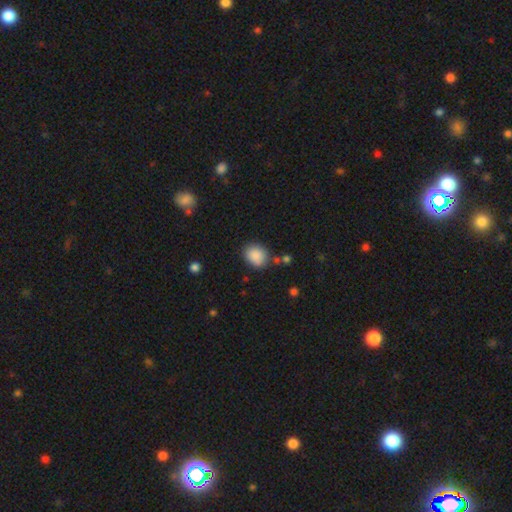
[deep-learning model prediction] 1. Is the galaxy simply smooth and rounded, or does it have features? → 87% smooth, 8% star or artifact, 4% featured or disk.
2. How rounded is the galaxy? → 57% round, 42% in between, 1% cigar-shaped.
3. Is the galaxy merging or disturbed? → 77% none, 15% minor disturbance, 5% merger, 4% major disturbance.